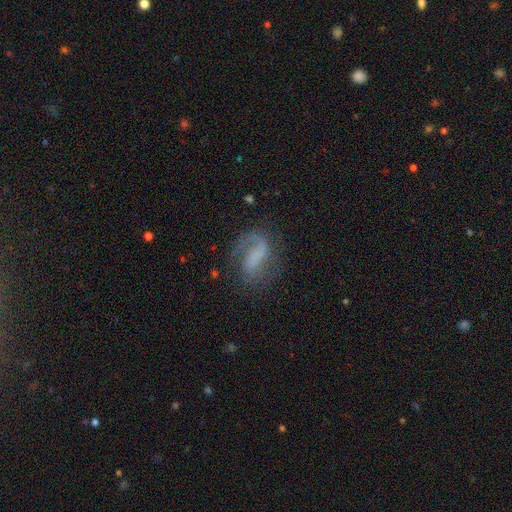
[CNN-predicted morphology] featured or disk 72%, smooth 19%, star or artifact 9%. Down the decision tree: edge-on disk — no (97%); bar — weak (38%); spiral arms — yes (90%); spiral arm count — 1 (49%); spiral winding — medium (41%); bulge size — none (60%); merging — none (57%).